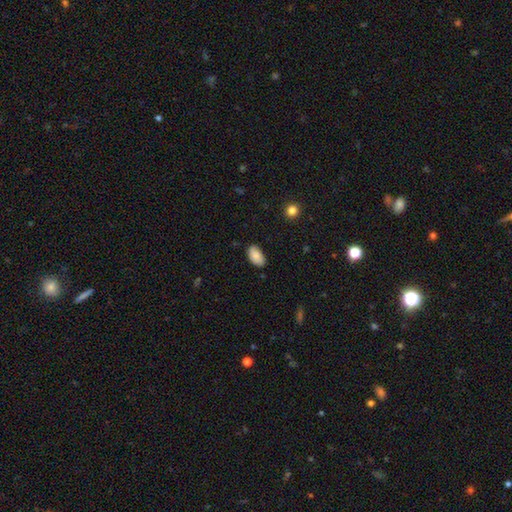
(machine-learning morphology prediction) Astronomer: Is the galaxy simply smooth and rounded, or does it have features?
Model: smooth — 88%.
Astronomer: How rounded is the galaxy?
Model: in between — 94%.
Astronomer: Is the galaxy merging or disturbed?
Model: none — 81%.